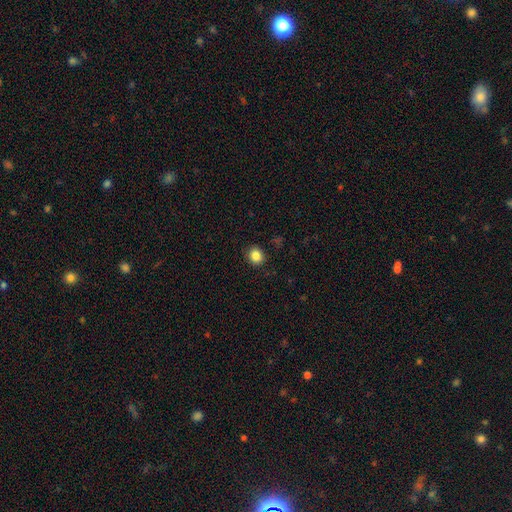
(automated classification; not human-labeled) Morphology: type=smooth (85%); roundness=round (74%); merging=none (90%).